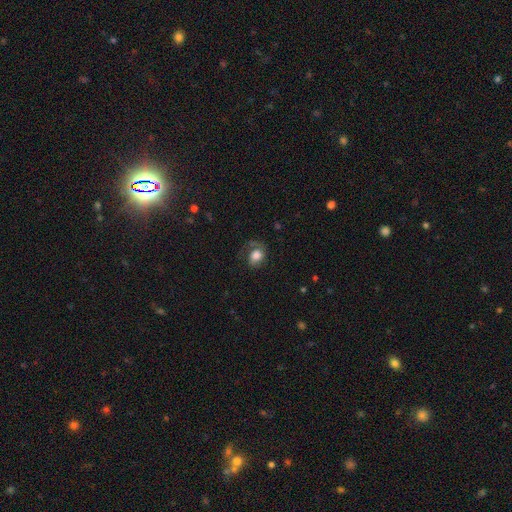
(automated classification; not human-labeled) A smooth galaxy with no disk features (58%) that is in between round and cigar-shaped (55%).

Vote fractions:
- Smooth or featured? smooth: 58% / featured or disk: 33% / star or artifact: 9%
- How rounded? in between: 55% / round: 44% / cigar-shaped: 1%
- Merging? none: 45% / major disturbance: 30% / minor disturbance: 23% / merger: 2%